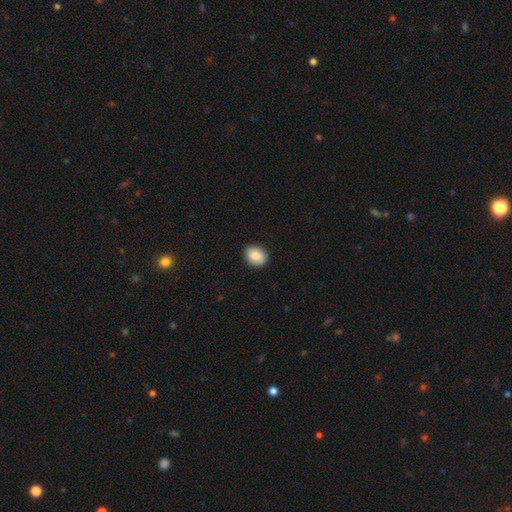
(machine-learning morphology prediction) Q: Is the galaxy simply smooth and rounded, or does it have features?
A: smooth — 88%.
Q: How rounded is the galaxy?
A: in between — 60%.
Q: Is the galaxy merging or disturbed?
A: none — 88%.